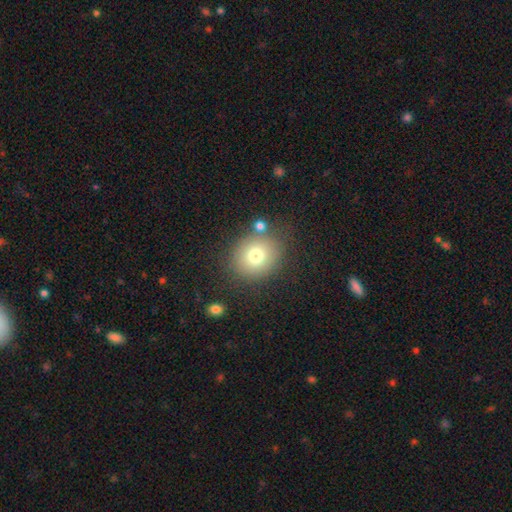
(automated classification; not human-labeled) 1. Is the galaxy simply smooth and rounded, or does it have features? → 75% smooth, 13% star or artifact, 12% featured or disk.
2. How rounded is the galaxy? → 77% round, 22% in between, 1% cigar-shaped.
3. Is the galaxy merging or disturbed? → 76% none, 11% minor disturbance, 8% merger, 5% major disturbance.